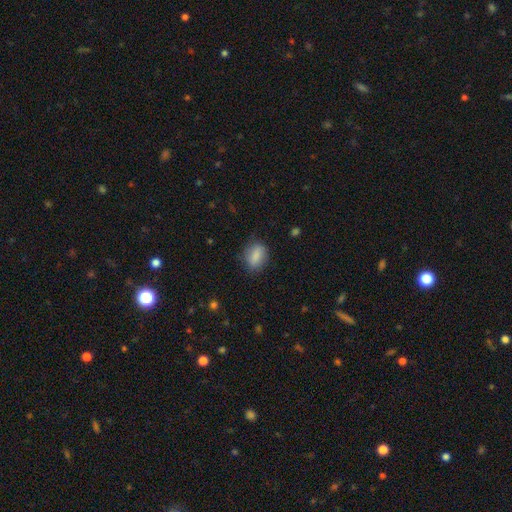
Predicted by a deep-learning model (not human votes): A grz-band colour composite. It shows a smooth galaxy with no disk features (85%) that is in between round and cigar-shaped (76%). Merging: none (74%).